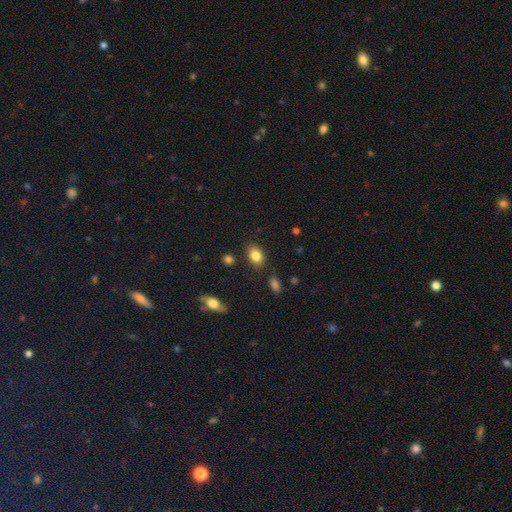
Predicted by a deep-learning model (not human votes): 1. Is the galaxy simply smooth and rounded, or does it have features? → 84% smooth, 9% star or artifact, 8% featured or disk.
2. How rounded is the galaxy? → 75% in between, 23% round, 2% cigar-shaped.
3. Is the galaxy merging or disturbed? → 83% none, 11% minor disturbance, 3% merger, 3% major disturbance.